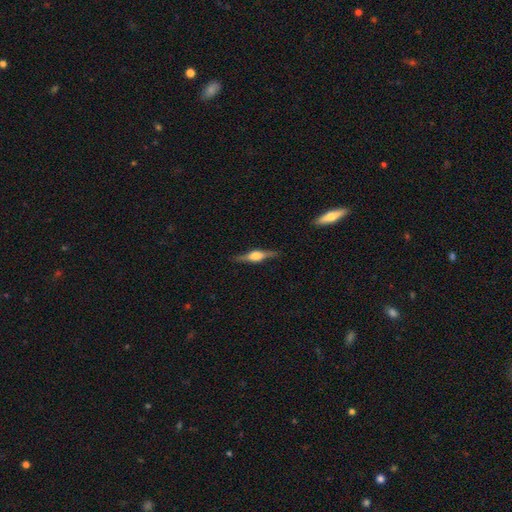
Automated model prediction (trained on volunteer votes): The model was most divided on "smooth or featured": featured or disk: 74%, smooth: 19%, star or artifact: 6%. More confident: edge-on disk — yes (97%); merging — none (87%); edge-on bulge — rounded (85%).